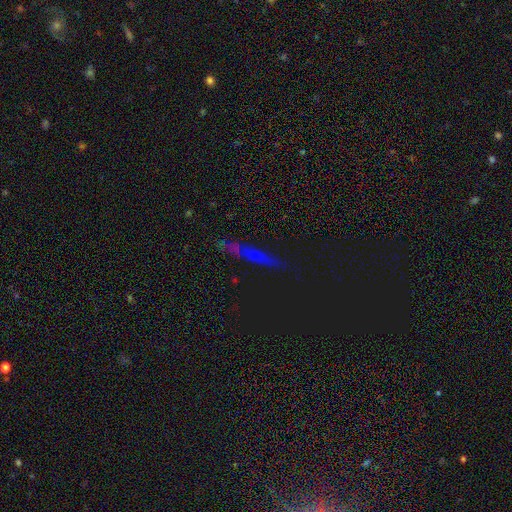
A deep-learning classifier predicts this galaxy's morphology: A star or artifact, not a galaxy (40%).

Vote fractions:
- Smooth or featured? star or artifact: 40% / smooth: 34% / featured or disk: 26%